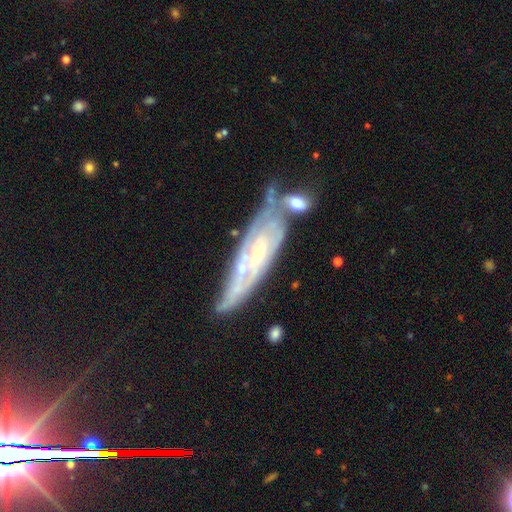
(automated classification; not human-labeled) Overall: featured or disk (79%). Edge-on disk: no (75%). Bar: no (51%; weak 35%). Spiral arms: yes (86%). Spiral arm count: can't tell (52%; 2 27%). Spiral winding: tight (65%; medium 28%). Bulge size: small (65%; moderate 26%). Merging: none (45%; merger 24%).